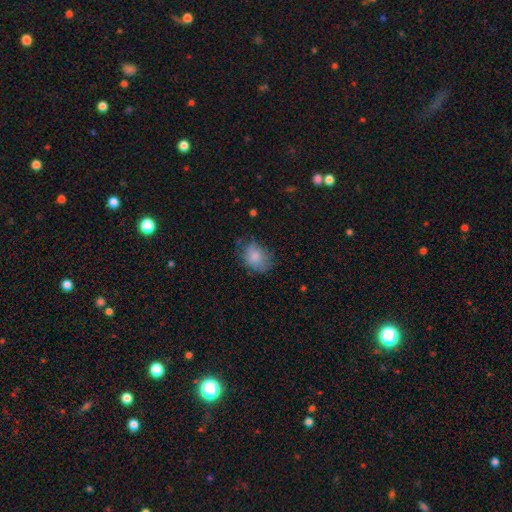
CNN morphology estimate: Smooth or featured? Predicted: smooth (p=0.82). How rounded? Predicted: in between (p=0.65). Merging? Predicted: none (p=0.64).